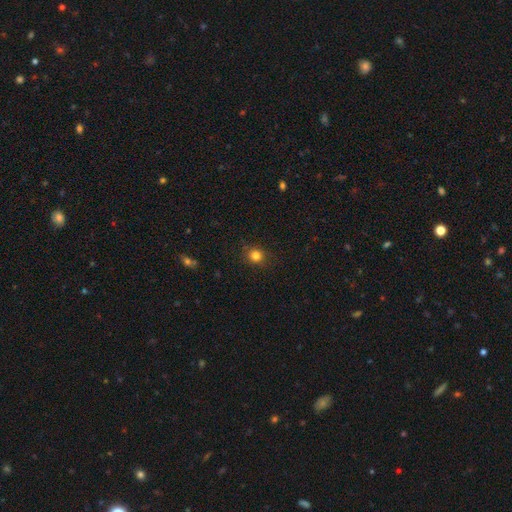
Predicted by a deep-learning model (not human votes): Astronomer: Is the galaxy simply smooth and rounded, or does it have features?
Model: smooth — 82%.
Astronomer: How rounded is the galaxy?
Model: round — 88%.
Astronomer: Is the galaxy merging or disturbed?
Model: none — 88%.